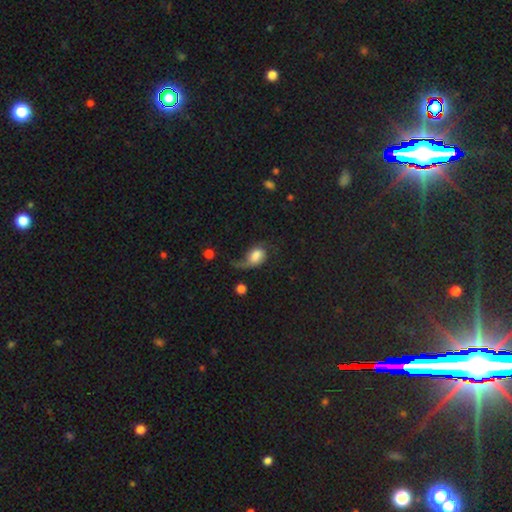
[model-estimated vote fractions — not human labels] Smooth or featured? smooth (50%)
How rounded? in between (72%)
Merging? major disturbance (42%)